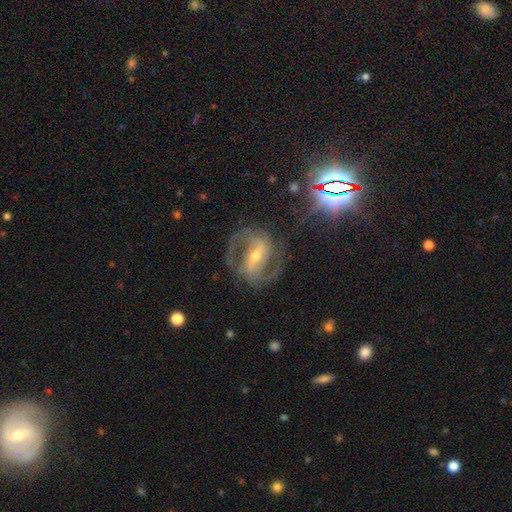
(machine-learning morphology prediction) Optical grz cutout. It shows a featured or disk galaxy (86%) with a strong bar (60%), 2 (91%) medium (60%) spiral arms (94%) and a moderate central bulge (49%). Merging: none (78%).